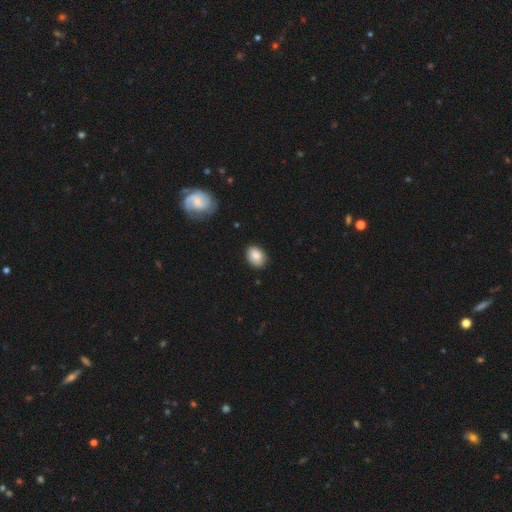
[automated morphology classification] smooth_or_featured: smooth (p=0.85) [alt: star or artifact p=0.08]
how_rounded: in between (p=0.73) [alt: round p=0.26]
merging: none (p=0.85) [alt: minor disturbance p=0.12]